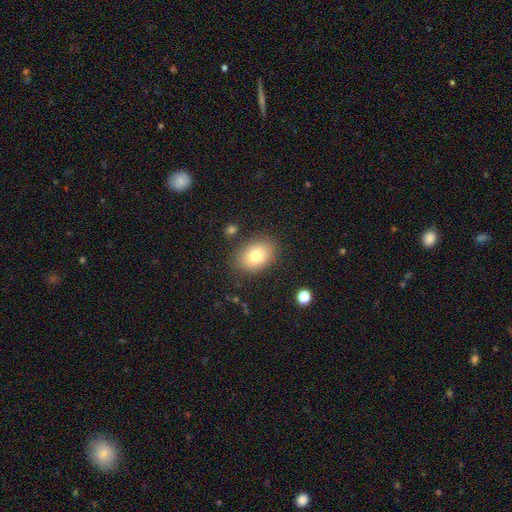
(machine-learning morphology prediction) Smooth or featured?
  - smooth: 76% *
  - featured or disk: 14%
  - star or artifact: 10%
How rounded?
  - in between: 69% *
  - round: 30%
  - cigar-shaped: 1%
Merging?
  - none: 83% *
  - minor disturbance: 11%
  - major disturbance: 4%
  - merger: 2%